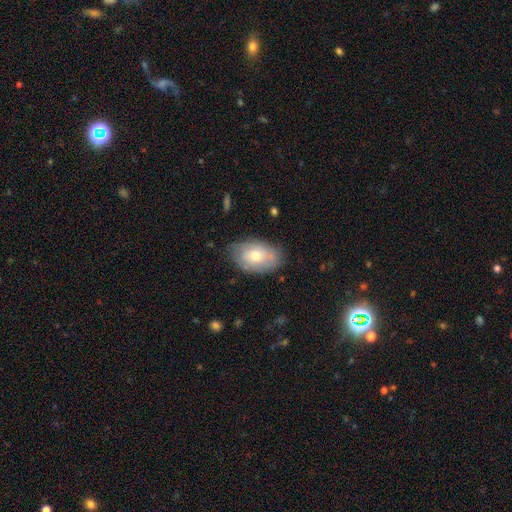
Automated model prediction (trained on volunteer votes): smooth-or-featured: smooth: 60% | featured or disk: 33% | star or artifact: 7%
  how-rounded: in between: 87% | round: 11% | cigar-shaped: 1%
  merging: none: 72% | minor disturbance: 21% | major disturbance: 5% | merger: 2%